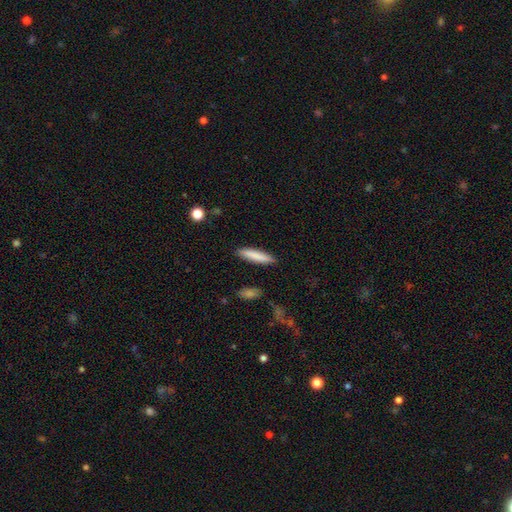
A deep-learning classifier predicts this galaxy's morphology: This appears to be a smooth galaxy with no disk features (83%) that is cigar-shaped (85%). Merging: none (89%).